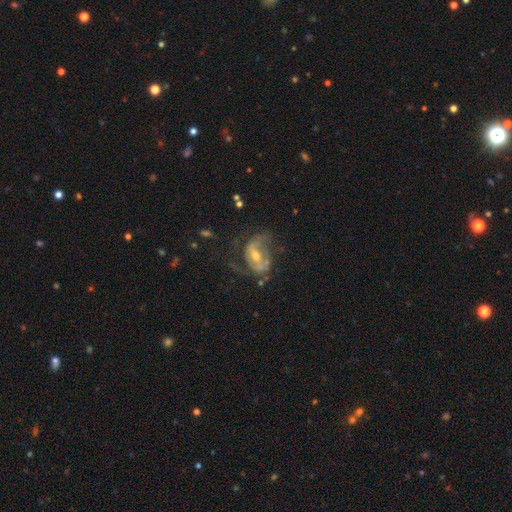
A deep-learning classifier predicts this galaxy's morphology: Smooth or featured? featured or disk (76%)
Edge-on disk? no (96%)
Bar? weak (43%)
Spiral arms? yes (76%)
Spiral winding? medium (43%)
Spiral arm count? 2 (58%)
Bulge size? moderate (59%)
Merging? none (41%)